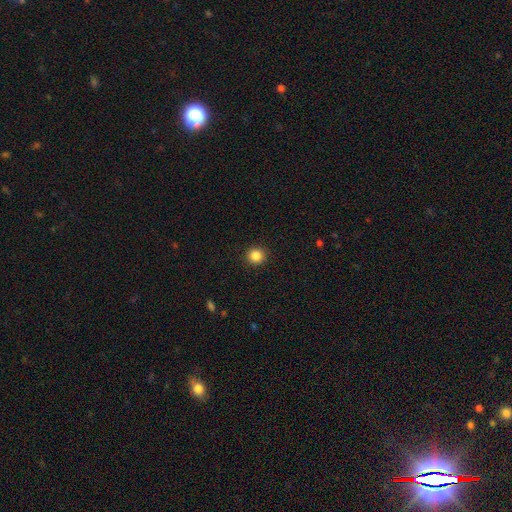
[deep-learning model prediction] Q: Smooth or featured?
A: smooth (86%); runner-up: star or artifact (10%)
Q: How rounded?
A: round (94%); runner-up: in between (5%)
Q: Merging?
A: none (92%); runner-up: minor disturbance (5%)